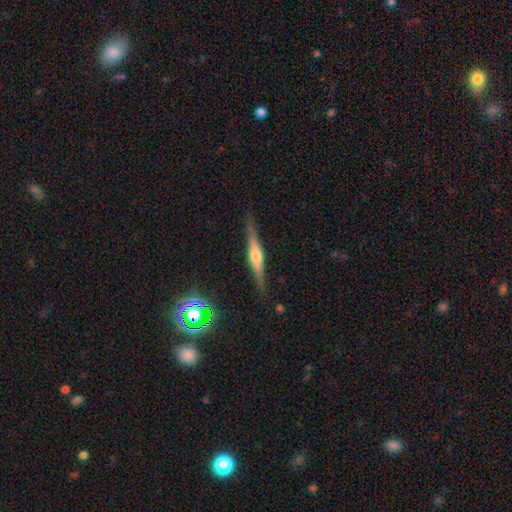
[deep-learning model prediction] The model was most divided on "smooth or featured": featured or disk: 72%, smooth: 21%, star or artifact: 7%. More confident: edge-on disk — yes (97%); merging — none (88%); edge-on bulge — rounded (83%).